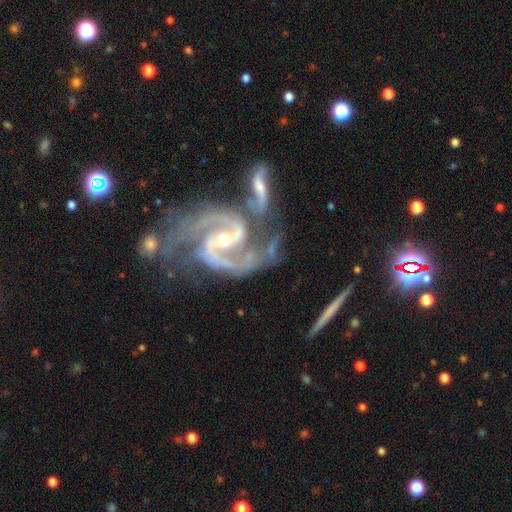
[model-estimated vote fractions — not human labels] A featured or disk galaxy (93%) with a weak bar (39%), 2 (89%) medium (62%) spiral arms (98%) and a small central bulge (57%).

Vote fractions:
- Smooth or featured? featured or disk: 93% / star or artifact: 5% / smooth: 2%
- Edge-on disk? no: 97% / yes: 3%
- Bar? weak: 39% / strong: 38% / no: 23%
- Spiral arms? yes: 98% / no: 2%
- Spiral winding? medium: 62% / tight: 21% / loose: 18%
- Spiral arm count? 2: 89% / 3: 4% / can't tell: 2% / 1: 2% / 4: 2% / more than 4: 1%
- Bulge size? small: 57% / moderate: 40% / large: 1% / none: 1% / dominant: 1%
- Merging? none: 38% / merger: 32% / minor disturbance: 18% / major disturbance: 12%